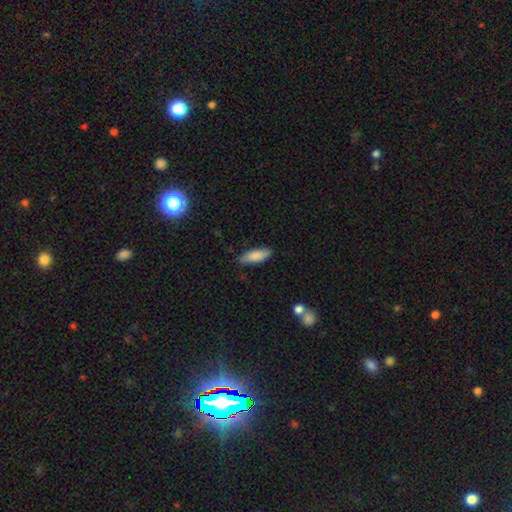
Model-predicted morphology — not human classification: A smooth galaxy with no disk features (86%) that is in between round and cigar-shaped (64%).

Vote fractions:
- Smooth or featured? smooth: 86% / featured or disk: 8% / star or artifact: 6%
- How rounded? in between: 64% / cigar-shaped: 34% / round: 2%
- Merging? none: 84% / minor disturbance: 12% / major disturbance: 2% / merger: 1%